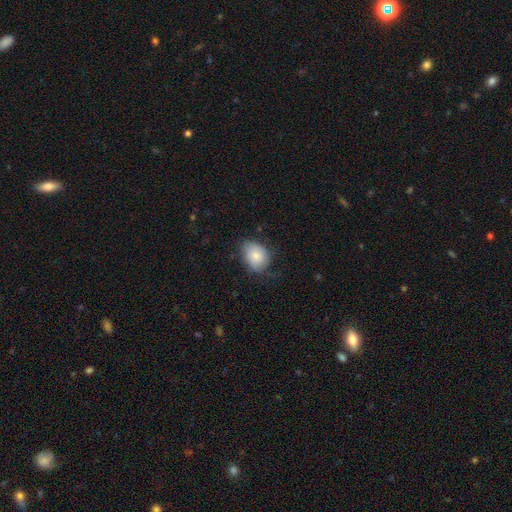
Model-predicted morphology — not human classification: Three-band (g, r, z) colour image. It shows a smooth galaxy with no disk features (78%) that is in between round and cigar-shaped (61%). Merging: none (53%).